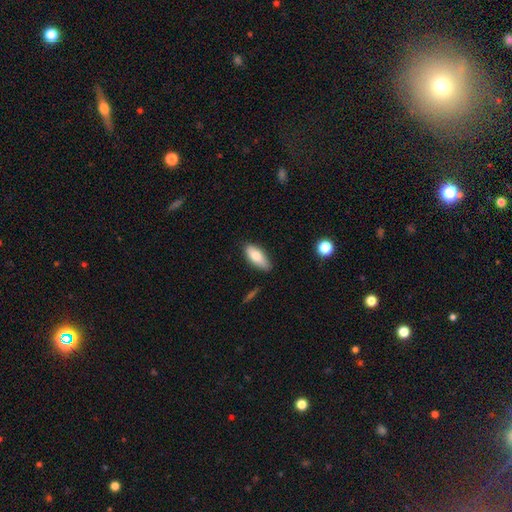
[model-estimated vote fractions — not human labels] Smooth or featured: smooth — 75% (featured or disk — 18%)
How rounded: in between — 77% (cigar-shaped — 20%)
Merging: none — 80% (minor disturbance — 15%)